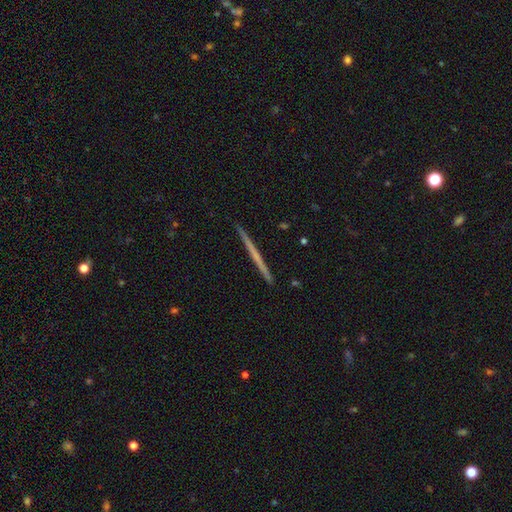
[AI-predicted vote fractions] The model was most divided on "smooth or featured": featured or disk: 59%, smooth: 36%, star or artifact: 5%. More confident: edge-on disk — yes (98%); merging — none (93%); edge-on bulge — none (88%).